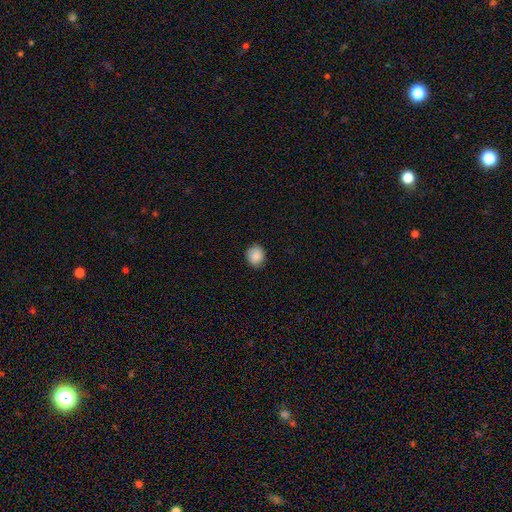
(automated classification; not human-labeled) Q: Smooth or featured?
A: smooth (88%); runner-up: star or artifact (8%)
Q: How rounded?
A: round (80%); runner-up: in between (19%)
Q: Merging?
A: none (88%); runner-up: minor disturbance (9%)